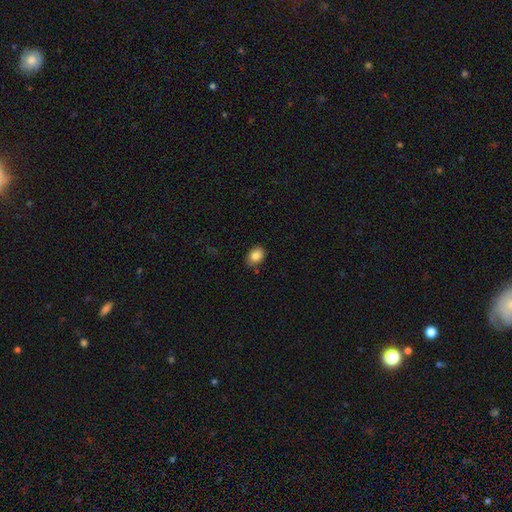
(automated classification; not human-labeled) Smooth or featured: smooth — 85% (star or artifact — 9%)
How rounded: in between — 70% (round — 29%)
Merging: none — 79% (minor disturbance — 16%)